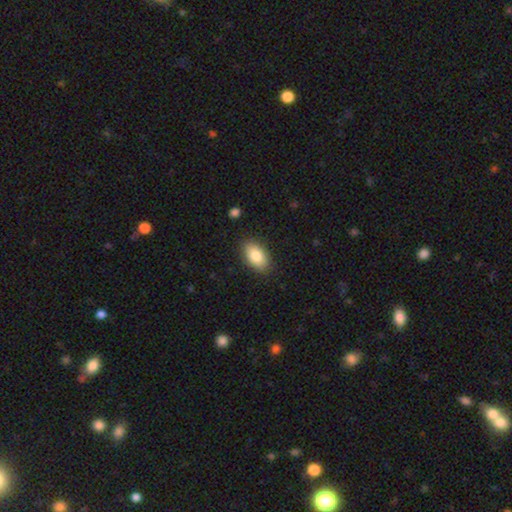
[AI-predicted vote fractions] This appears to be a smooth galaxy with no disk features (85%) that is in between round and cigar-shaped (93%). Merging: none (87%).